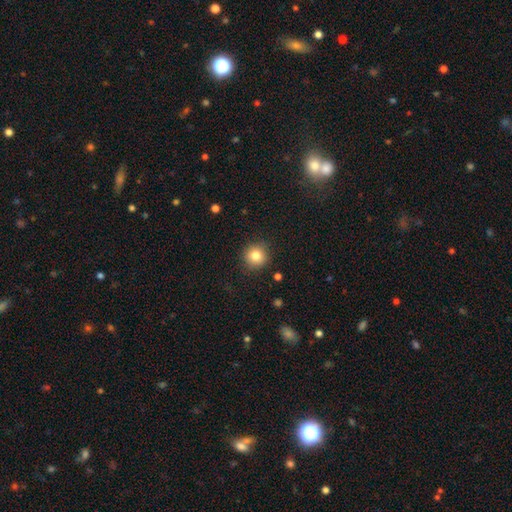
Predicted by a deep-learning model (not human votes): Overall: smooth (82%). How rounded: round (93%). Merging: none (89%).